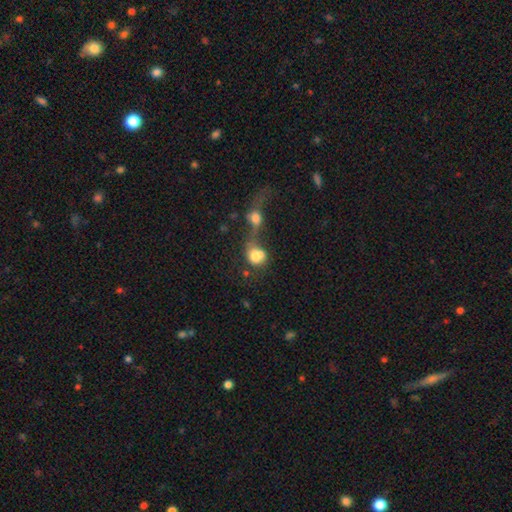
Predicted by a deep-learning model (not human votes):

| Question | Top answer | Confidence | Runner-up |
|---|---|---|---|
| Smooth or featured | smooth | 70% | featured or disk (19%) |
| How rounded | round | 59% | in between (39%) |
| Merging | merger | 66% | none (14%) |